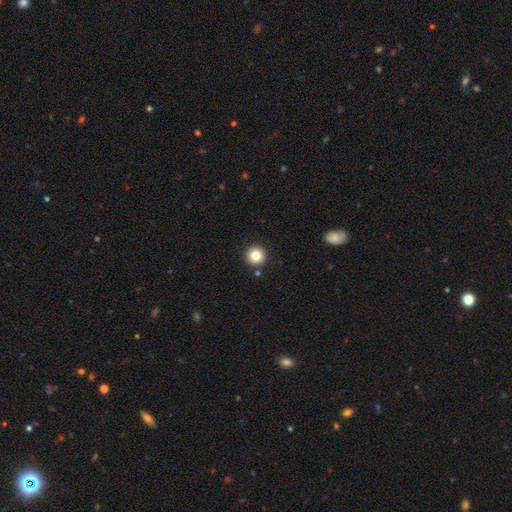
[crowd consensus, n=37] Morphology: type=smooth (95%); roundness=round (97%); merging=none (97%).